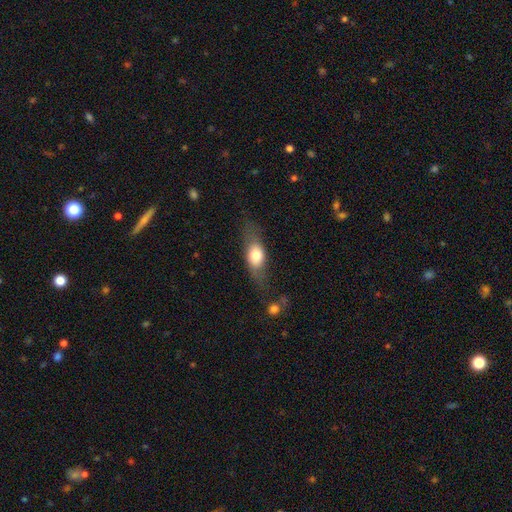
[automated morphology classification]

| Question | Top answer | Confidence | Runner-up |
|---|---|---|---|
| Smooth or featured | smooth | 64% | featured or disk (29%) |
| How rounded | in between | 68% | cigar-shaped (21%) |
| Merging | none | 61% | minor disturbance (22%) |